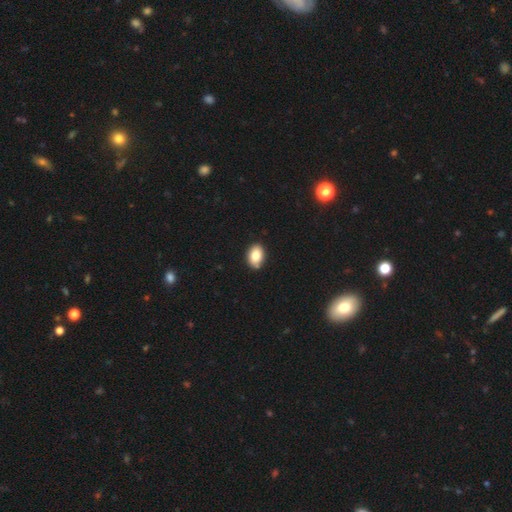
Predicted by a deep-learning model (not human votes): Smooth or featured: smooth — 84% (featured or disk — 9%)
How rounded: in between — 85% (round — 14%)
Merging: none — 85% (minor disturbance — 12%)